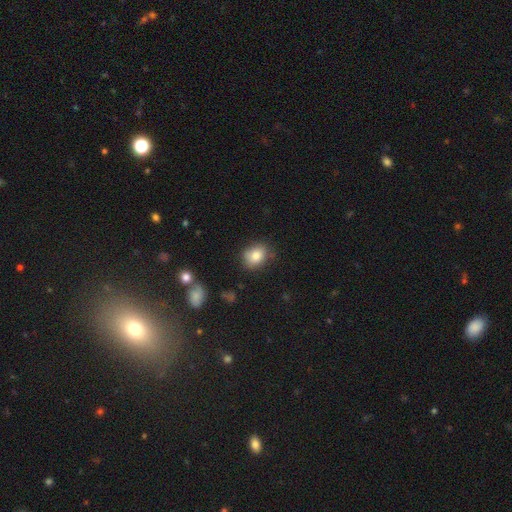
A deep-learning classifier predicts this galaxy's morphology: A smooth galaxy with no disk features (83%) that is in between round and cigar-shaped (51%). Merging: none (77%).